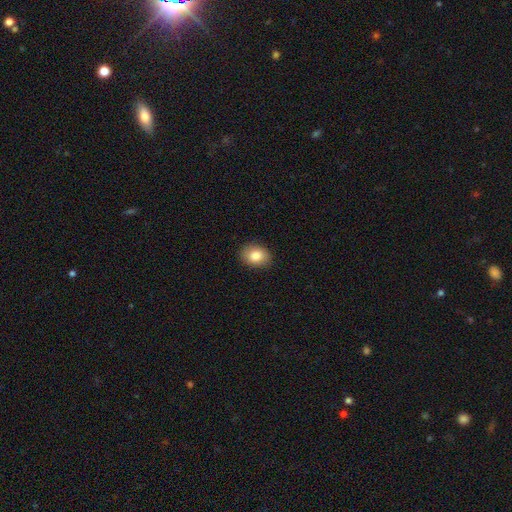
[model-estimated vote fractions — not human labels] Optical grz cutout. It shows a smooth galaxy with no disk features (84%) that is in between round and cigar-shaped (61%). Merging: none (88%).